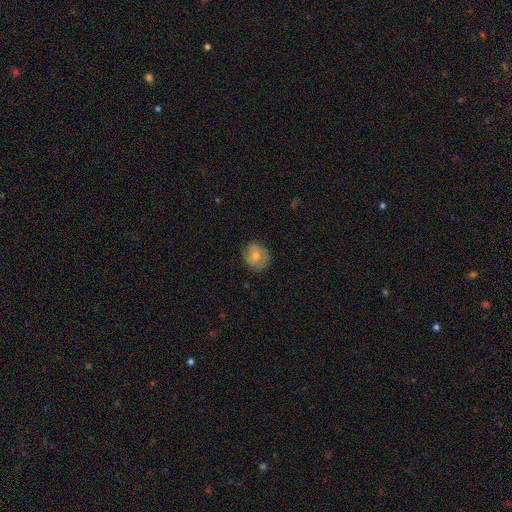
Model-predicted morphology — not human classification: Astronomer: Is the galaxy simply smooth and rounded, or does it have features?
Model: smooth — 66%.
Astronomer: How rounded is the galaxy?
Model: round — 72%.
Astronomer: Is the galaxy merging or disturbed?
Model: none — 74%.